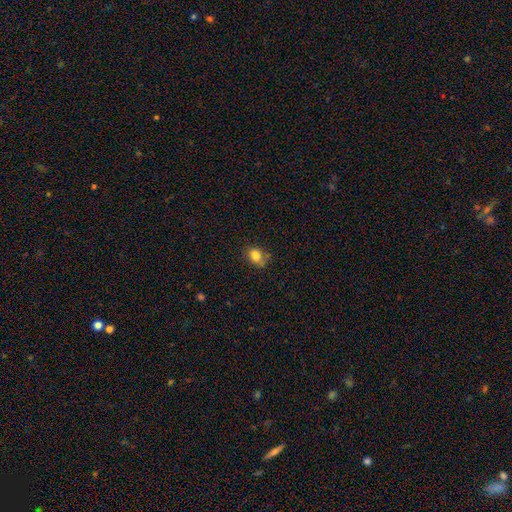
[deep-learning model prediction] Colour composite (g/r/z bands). It shows a smooth galaxy with no disk features (82%) that is in between round and cigar-shaped (62%). Merging: none (68%).